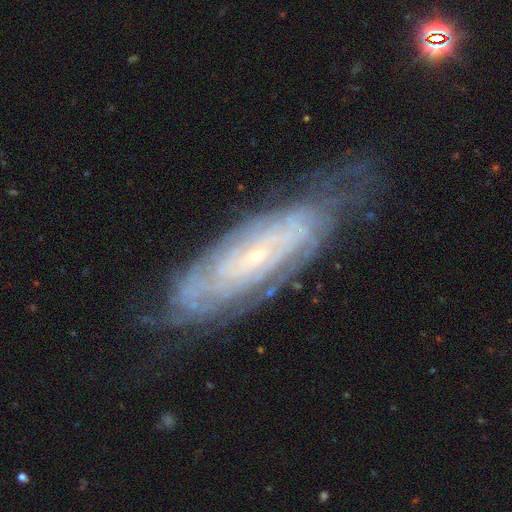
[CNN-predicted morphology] A featured or disk galaxy (83%) with no bar (67%), tight (81%) spiral arms (92%) and a small central bulge (85%). Merging: none (68%).